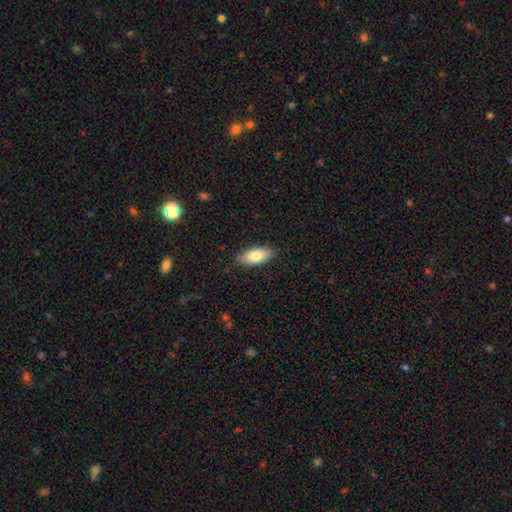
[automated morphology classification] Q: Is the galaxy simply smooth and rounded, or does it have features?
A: smooth — 80%.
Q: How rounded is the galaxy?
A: in between — 85%.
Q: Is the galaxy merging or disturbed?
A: none — 86%.